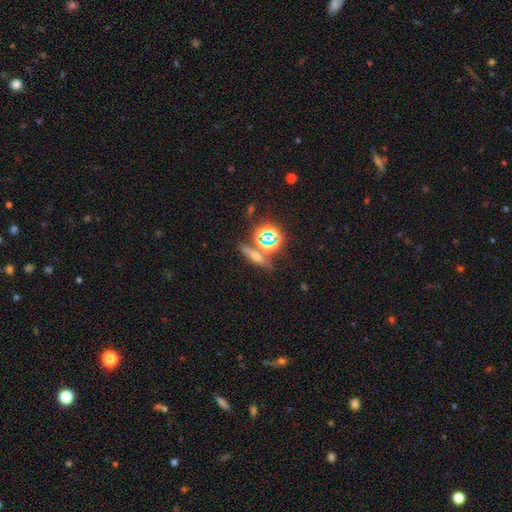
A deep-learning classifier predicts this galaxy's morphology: Q: Smooth or featured?
A: smooth (38%); runner-up: featured or disk (31%)
Q: Merging?
A: none (73%); runner-up: merger (13%)